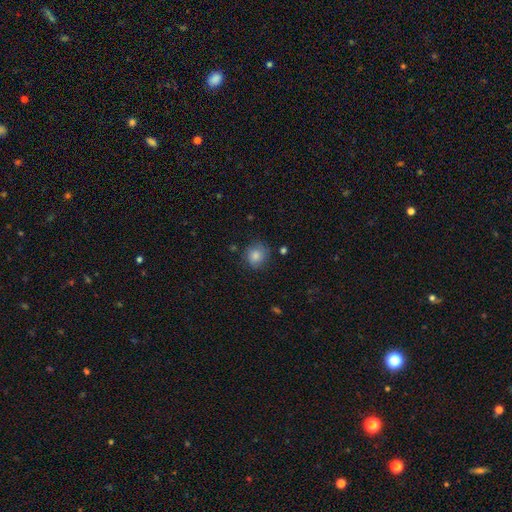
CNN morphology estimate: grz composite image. It shows a smooth galaxy with no disk features (80%) that is round (82%). Merging: none (74%).